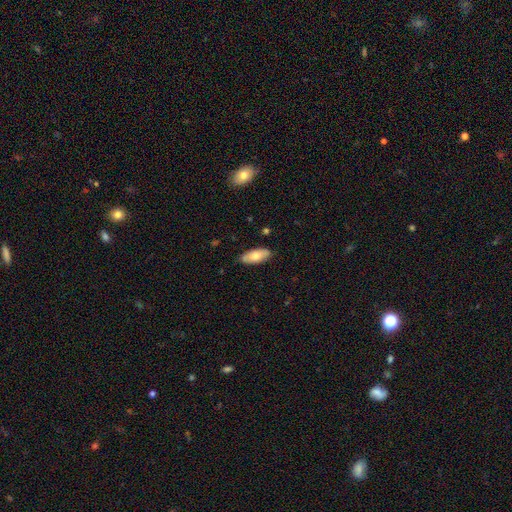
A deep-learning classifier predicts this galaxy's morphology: Smooth or featured? Predicted: smooth (p=0.74). How rounded? Predicted: in between (p=0.83). Merging? Predicted: none (p=0.84).